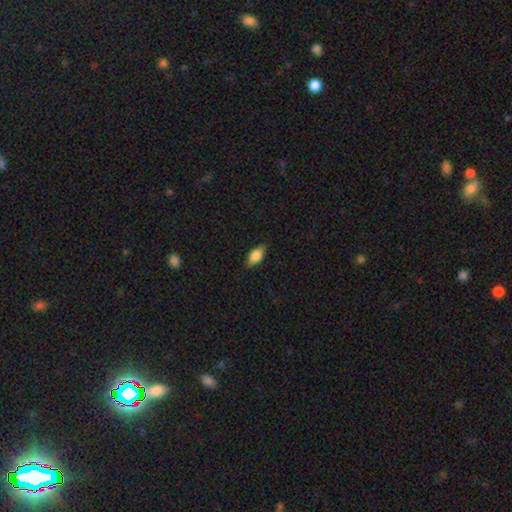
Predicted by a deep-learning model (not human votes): Smooth or featured: smooth — 76% (featured or disk — 17%)
How rounded: in between — 85% (cigar-shaped — 10%)
Merging: none — 85% (minor disturbance — 11%)